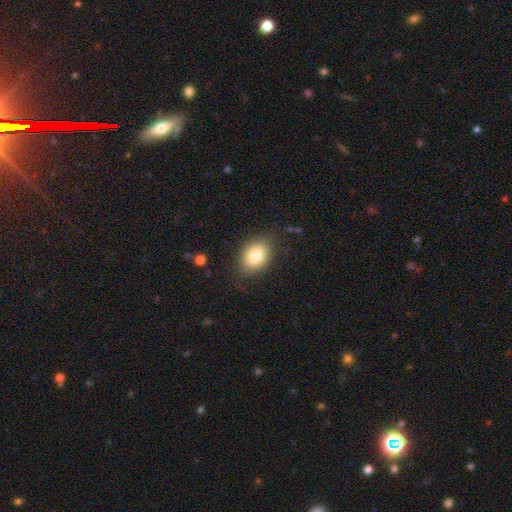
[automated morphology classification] Smooth or featured? smooth (82%)
How rounded? in between (70%)
Merging? none (79%)